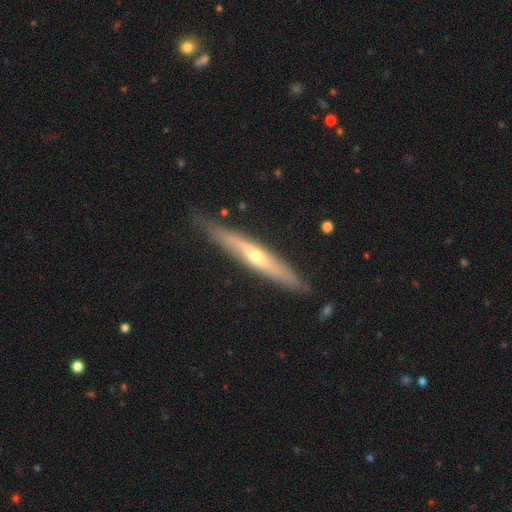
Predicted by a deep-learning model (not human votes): Morphology: type=featured or disk (67%); edge-on=yes (89%); edge-on bulge=rounded (77%); merging=none (82%).